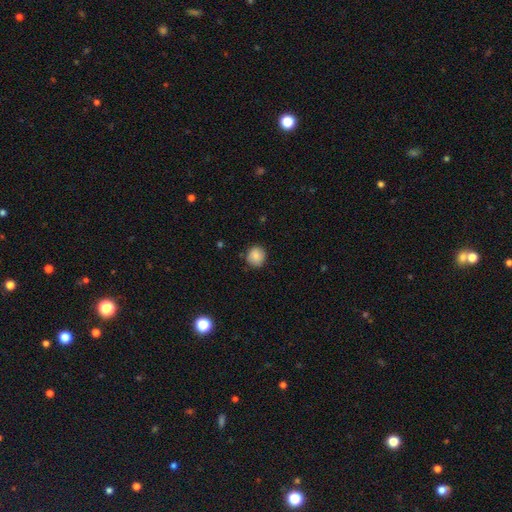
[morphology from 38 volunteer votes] Volunteers were most divided on "merging": none: 80%, minor disturbance: 17%, major disturbance: 3%, merger: 0%. More confident: how rounded — round (91%); smooth or featured — smooth (87%).